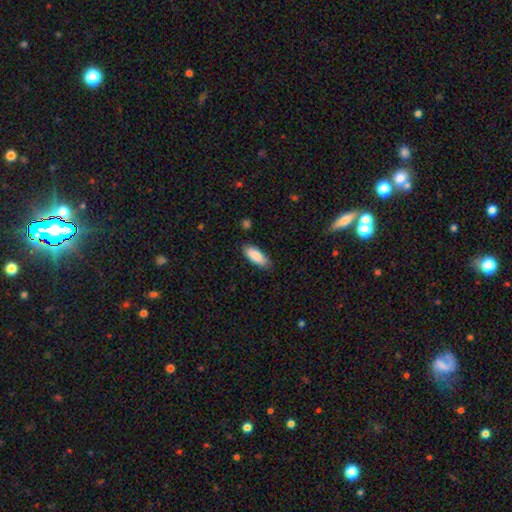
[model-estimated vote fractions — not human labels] Overall: smooth (87%). How rounded: in between (76%). Merging: none (81%).